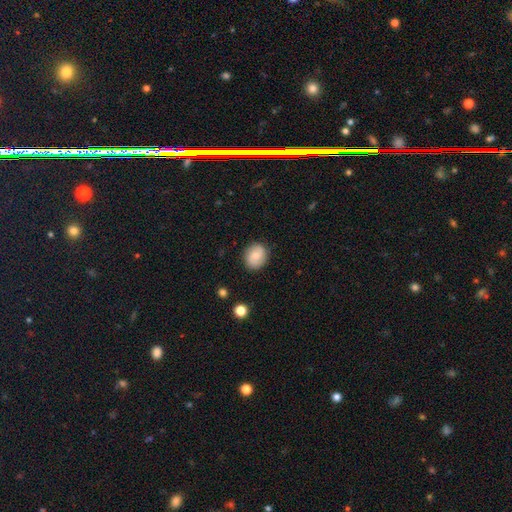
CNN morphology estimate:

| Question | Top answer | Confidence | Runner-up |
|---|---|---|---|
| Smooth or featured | smooth | 66% | featured or disk (26%) |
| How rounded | round | 72% | in between (27%) |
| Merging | none | 86% | minor disturbance (10%) |